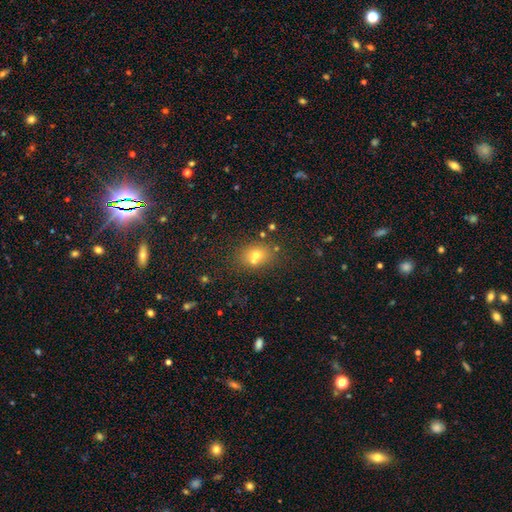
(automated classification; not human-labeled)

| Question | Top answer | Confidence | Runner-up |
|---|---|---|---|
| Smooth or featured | smooth | 65% | star or artifact (19%) |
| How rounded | round | 56% | in between (43%) |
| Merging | none | 53% | merger (33%) |